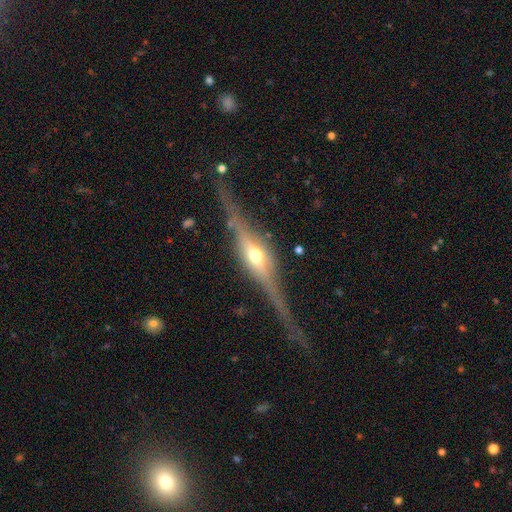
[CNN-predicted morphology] This is clearly a featured or disk galaxy (80%). It is clearly viewed edge-on (96%). Edge-on bulge: clearly rounded (91%). Merging: likely none (78%).